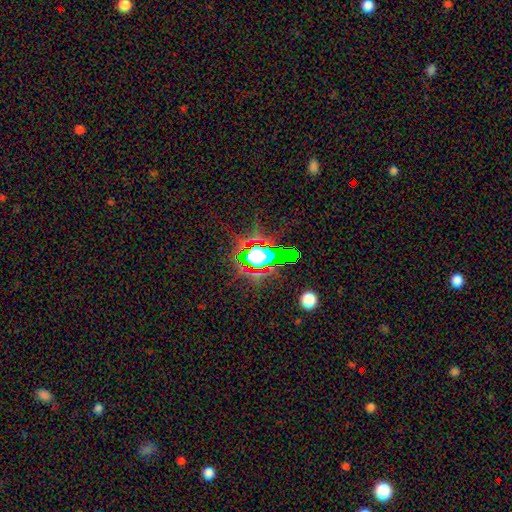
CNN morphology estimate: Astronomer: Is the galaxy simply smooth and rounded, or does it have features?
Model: star or artifact — 62%.